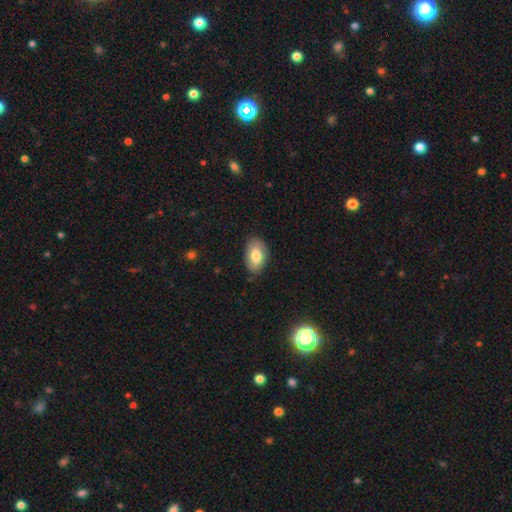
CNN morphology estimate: type=smooth (75%); roundness=in between (92%); merging=none (81%).